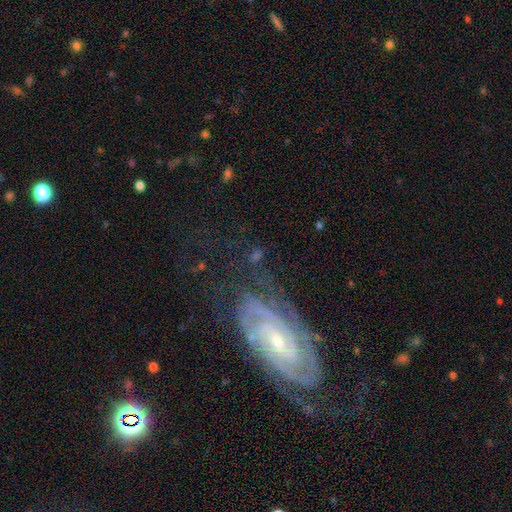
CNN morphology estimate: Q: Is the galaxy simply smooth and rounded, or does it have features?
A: featured or disk — 69%.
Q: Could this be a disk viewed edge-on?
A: no — 94%.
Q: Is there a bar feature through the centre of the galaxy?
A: no — 47%.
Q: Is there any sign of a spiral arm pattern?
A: yes — 87%.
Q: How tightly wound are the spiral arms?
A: tight — 57%.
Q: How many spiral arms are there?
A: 2 — 36%.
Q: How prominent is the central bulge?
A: small — 55%.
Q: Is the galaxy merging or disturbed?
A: none — 63%.